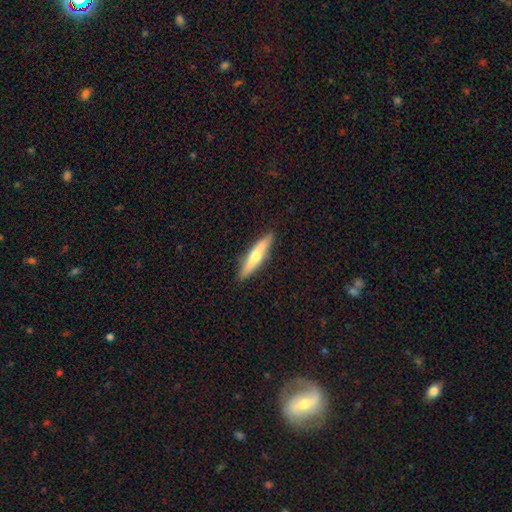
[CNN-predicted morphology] Smooth or featured?
  - smooth: 49% *
  - featured or disk: 46%
  - star or artifact: 6%
Merging?
  - none: 88% *
  - minor disturbance: 9%
  - major disturbance: 2%
  - merger: 1%